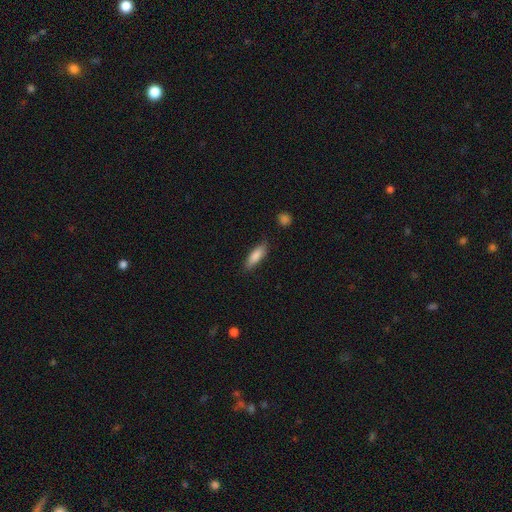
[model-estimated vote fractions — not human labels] A smooth galaxy with no disk features (85%) that is in between round and cigar-shaped (56%). Merging: none (82%).